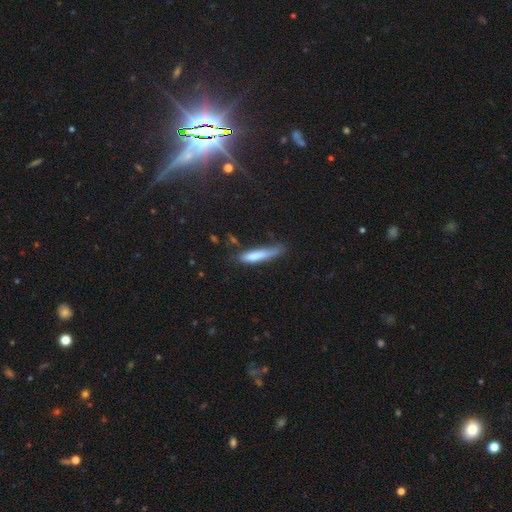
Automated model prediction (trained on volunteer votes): smooth-or-featured: smooth: 73% | featured or disk: 20% | star or artifact: 7%
  how-rounded: cigar-shaped: 87% | in between: 12% | round: 1%
  merging: none: 52% | minor disturbance: 30% | major disturbance: 13% | merger: 4%